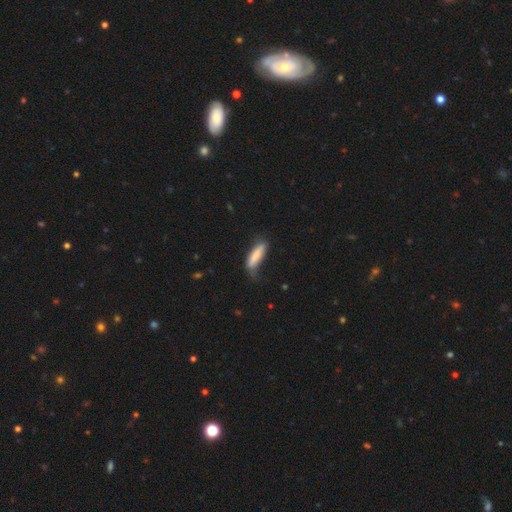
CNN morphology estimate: type=smooth (78%); roundness=cigar-shaped (66%); merging=none (48%).